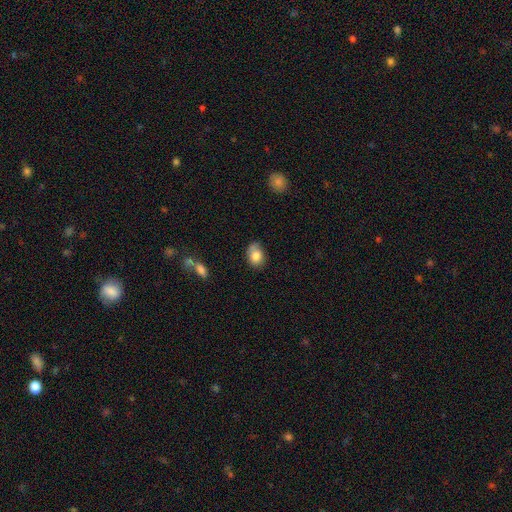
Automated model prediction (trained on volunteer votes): Smooth or featured? smooth (80%)
How rounded? in between (60%)
Merging? none (58%)